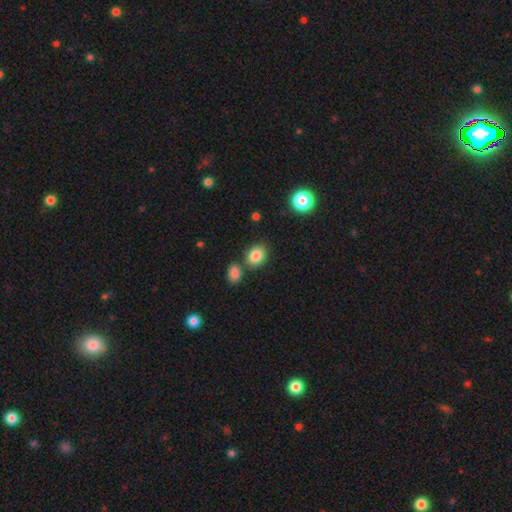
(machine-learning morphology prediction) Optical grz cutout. It shows a smooth galaxy with no disk features (85%) that is in between round and cigar-shaped (55%). Merging: none (73%).